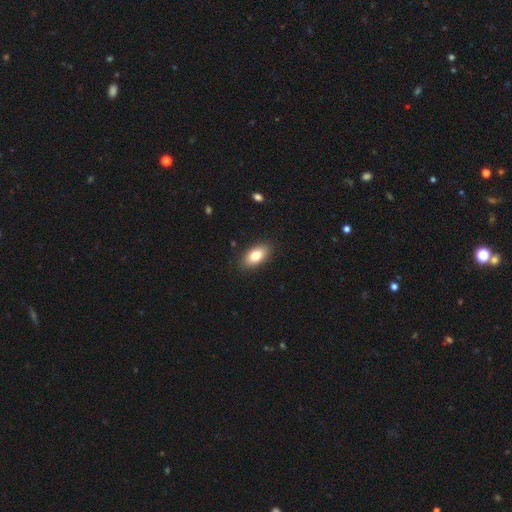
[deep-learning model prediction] Overall: smooth (81%). How rounded: in between (92%). Merging: none (88%).